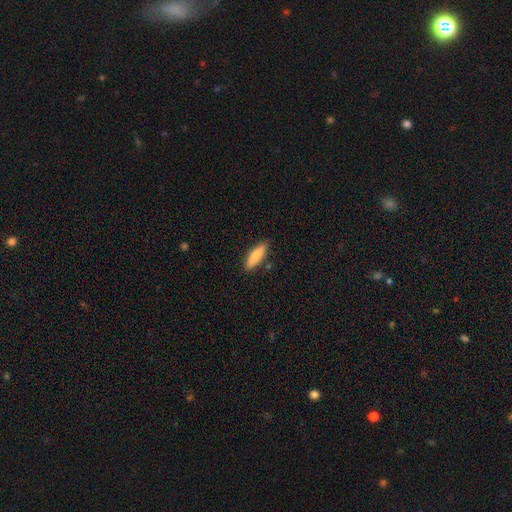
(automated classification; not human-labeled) smooth_or_featured: smooth (p=0.77) [alt: featured or disk p=0.17]
how_rounded: cigar-shaped (p=0.58) [alt: in between p=0.40]
merging: none (p=0.85) [alt: minor disturbance p=0.11]